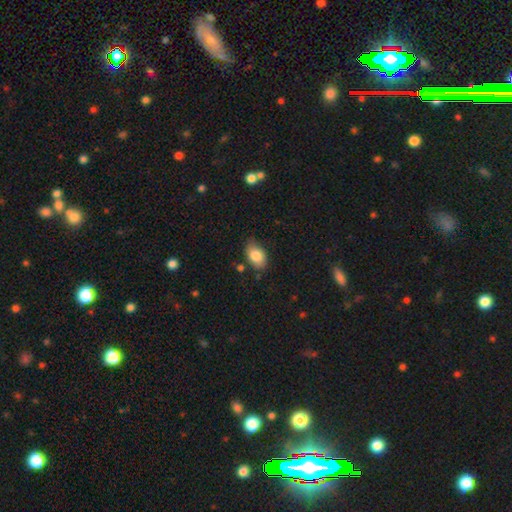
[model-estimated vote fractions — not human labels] Smooth or featured?
  - smooth: 83% *
  - featured or disk: 10%
  - star or artifact: 8%
How rounded?
  - in between: 87% *
  - round: 12%
  - cigar-shaped: 1%
Merging?
  - none: 72% *
  - minor disturbance: 21%
  - major disturbance: 4%
  - merger: 3%